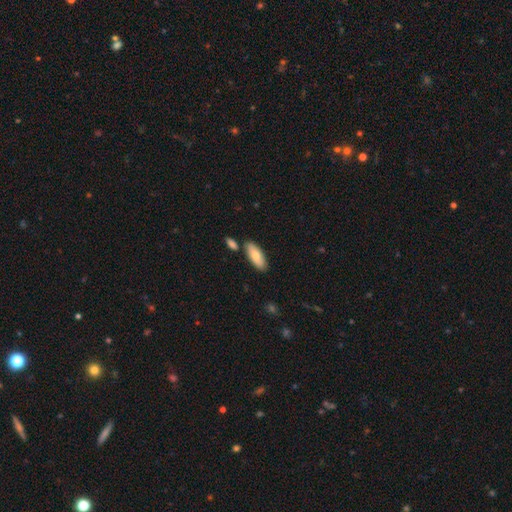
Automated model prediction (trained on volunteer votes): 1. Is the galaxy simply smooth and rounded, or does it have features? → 78% smooth, 16% featured or disk, 6% star or artifact.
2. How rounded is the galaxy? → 76% in between, 22% cigar-shaped, 2% round.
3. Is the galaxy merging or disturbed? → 79% none, 11% minor disturbance, 7% merger, 2% major disturbance.